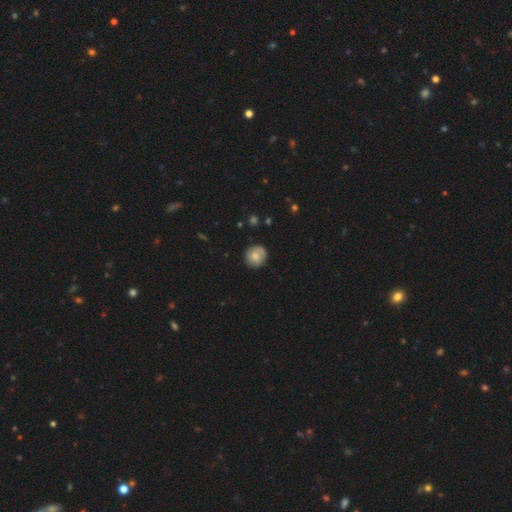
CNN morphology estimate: Smooth or featured? Predicted: smooth (p=0.72). How rounded? Predicted: round (p=0.87). Merging? Predicted: none (p=0.80).